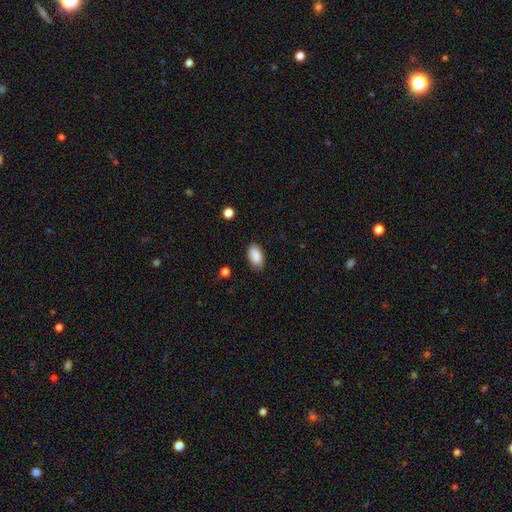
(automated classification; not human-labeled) This appears to be a smooth galaxy with no disk features (87%) that is in between round and cigar-shaped (93%). Merging: none (84%).